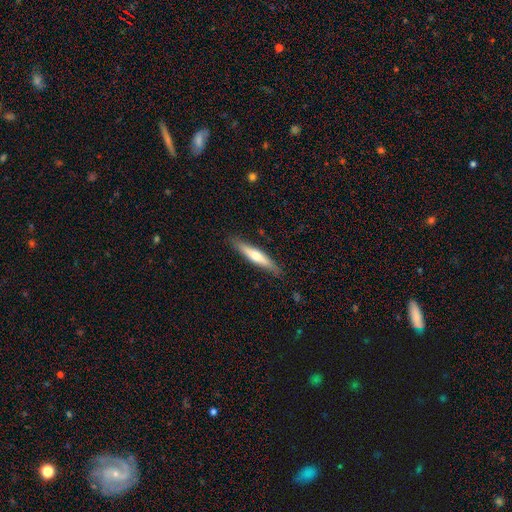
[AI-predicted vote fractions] This is possibly a smooth galaxy (51%). How rounded: clearly cigar-shaped (89%). Merging: clearly none (88%).